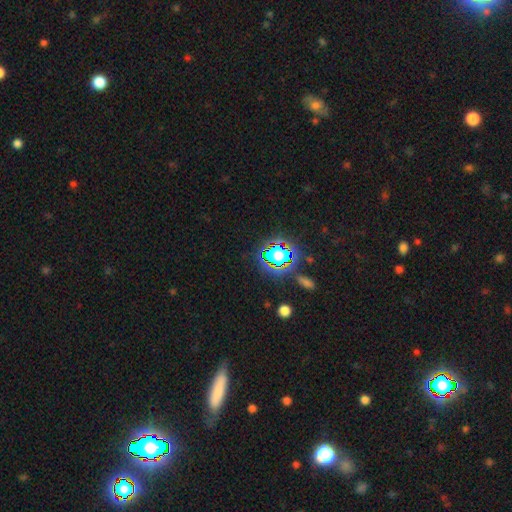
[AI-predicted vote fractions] star or artifact 75%, smooth 16%, featured or disk 9%.